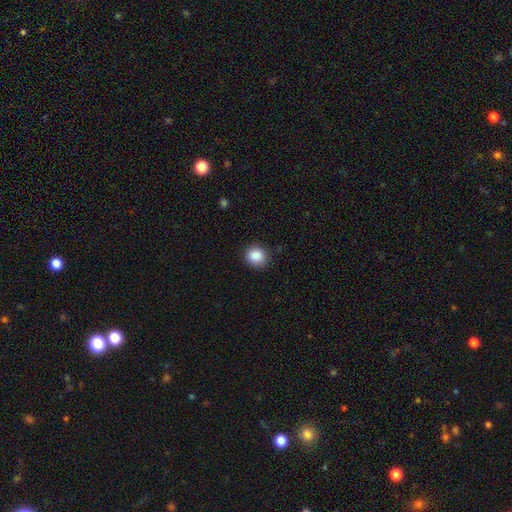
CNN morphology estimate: Smooth or featured: smooth — 87% (star or artifact — 9%)
How rounded: round — 84% (in between — 15%)
Merging: none — 88% (minor disturbance — 9%)